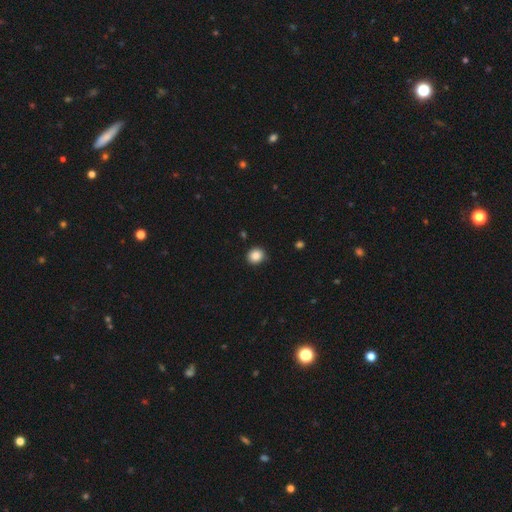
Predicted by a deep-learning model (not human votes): This appears to be a smooth galaxy with no disk features (86%) that is round (87%). Merging: none (87%).